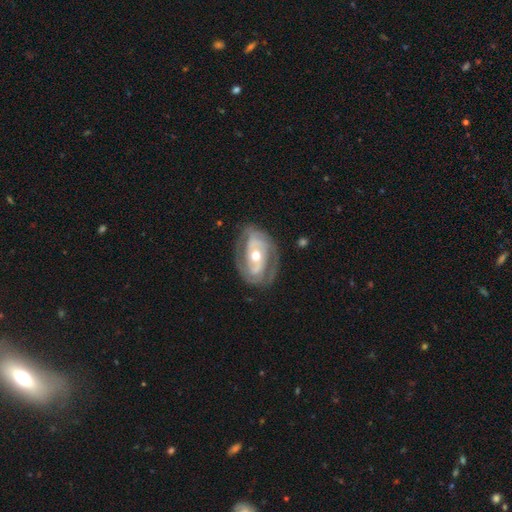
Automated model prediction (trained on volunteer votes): A featured or disk galaxy (85%) with no bar (49%), 2 (69%) tight (53%) spiral arms (89%) and a moderate central bulge (72%). Merging: none (73%).